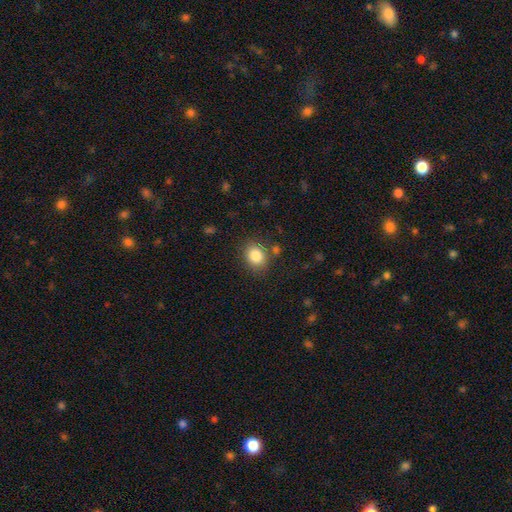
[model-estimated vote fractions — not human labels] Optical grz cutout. It shows a smooth galaxy with no disk features (84%) that is round (53%). Merging: none (80%).